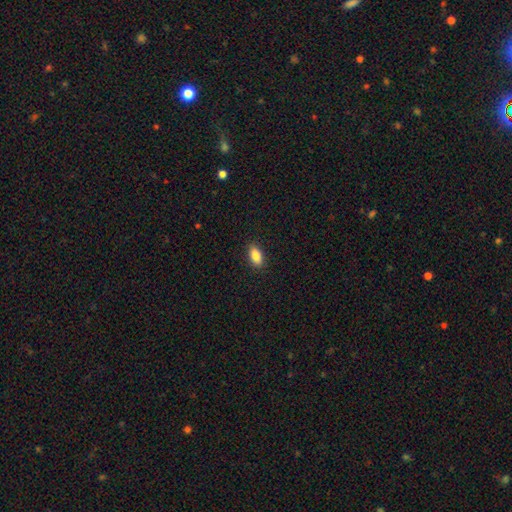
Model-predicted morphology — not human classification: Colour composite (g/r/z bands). It shows a smooth galaxy with no disk features (85%) that is in between round and cigar-shaped (89%). Merging: none (89%).